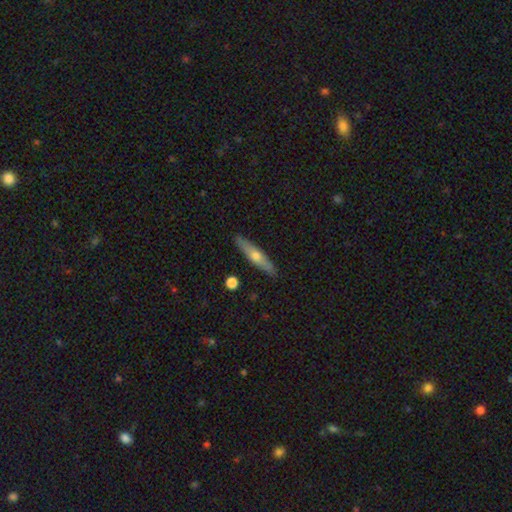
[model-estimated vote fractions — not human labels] A featured or disk galaxy (48%).

Vote fractions:
- Smooth or featured? featured or disk: 48% / smooth: 46% / star or artifact: 6%
- Merging? none: 89% / minor disturbance: 8% / major disturbance: 2% / merger: 1%